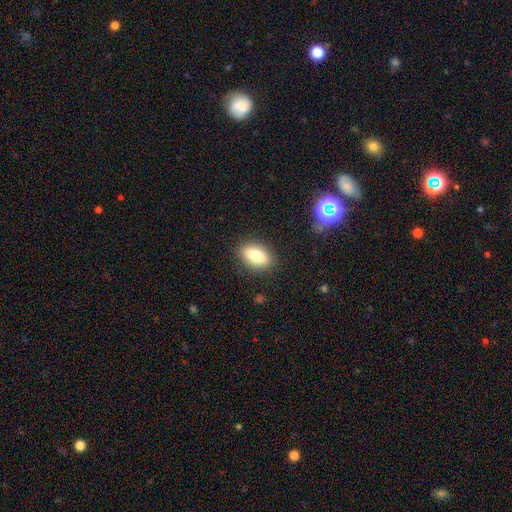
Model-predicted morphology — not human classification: Overall: smooth (80%). How rounded: in between (86%). Merging: none (87%).